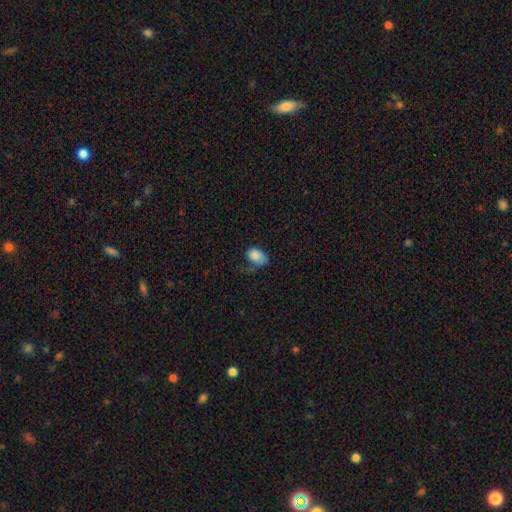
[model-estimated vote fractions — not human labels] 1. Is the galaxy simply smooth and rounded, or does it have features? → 69% smooth, 23% featured or disk, 8% star or artifact.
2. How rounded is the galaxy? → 77% in between, 22% round, 1% cigar-shaped.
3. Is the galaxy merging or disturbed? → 46% major disturbance, 26% none, 24% minor disturbance, 4% merger.